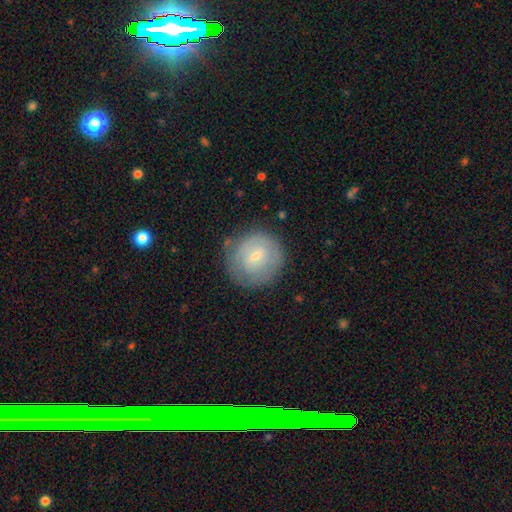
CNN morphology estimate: The model was most divided on "smooth or featured": smooth: 53%, featured or disk: 40%, star or artifact: 7%. More confident: how rounded — round (90%); merging — none (75%).